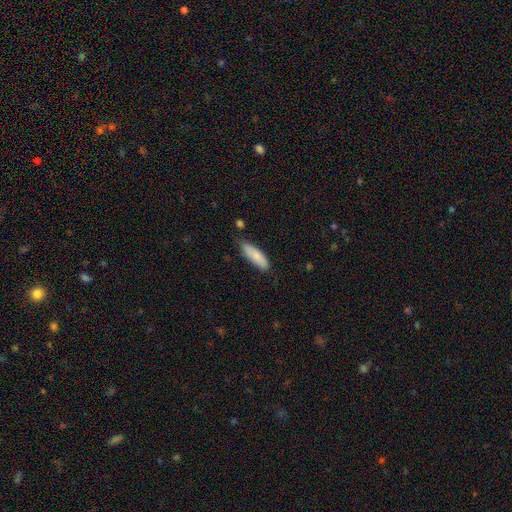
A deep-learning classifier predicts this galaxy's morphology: Smooth or featured? Predicted: smooth (p=0.80). How rounded? Predicted: in between (p=0.58). Merging? Predicted: none (p=0.73).